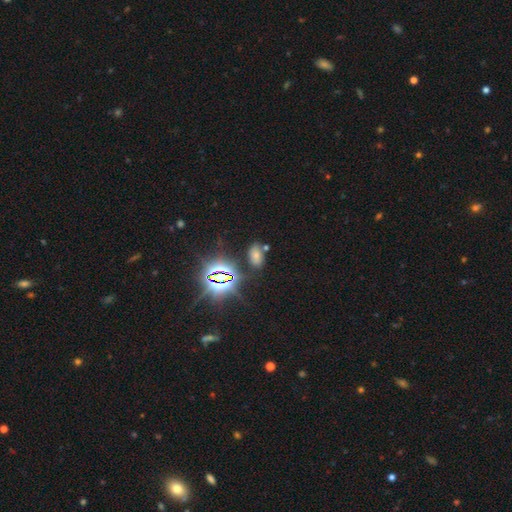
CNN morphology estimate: A smooth galaxy with no disk features (48%). Merging: none (71%).